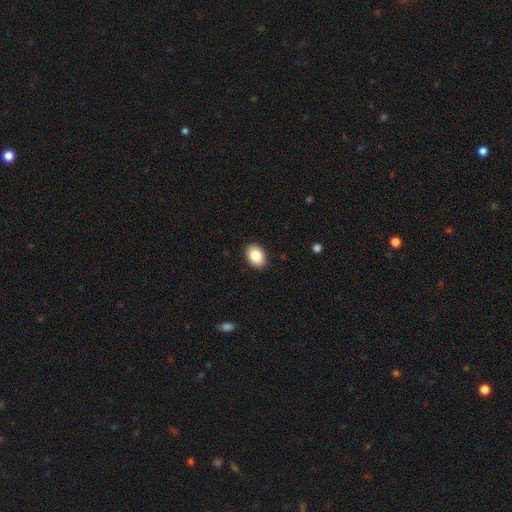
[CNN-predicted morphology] Smooth or featured?
  - smooth: 84% *
  - featured or disk: 8%
  - star or artifact: 8%
How rounded?
  - in between: 76% *
  - round: 23%
  - cigar-shaped: 1%
Merging?
  - none: 90% *
  - minor disturbance: 7%
  - major disturbance: 2%
  - merger: 1%